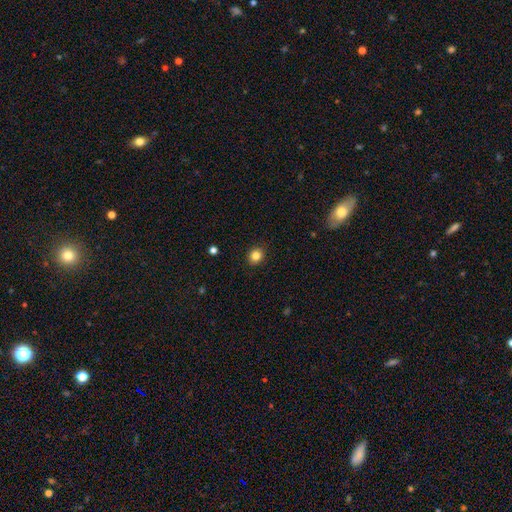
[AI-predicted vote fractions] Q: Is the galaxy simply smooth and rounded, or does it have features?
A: smooth — 84%.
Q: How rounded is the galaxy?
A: round — 74%.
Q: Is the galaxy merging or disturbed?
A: none — 90%.